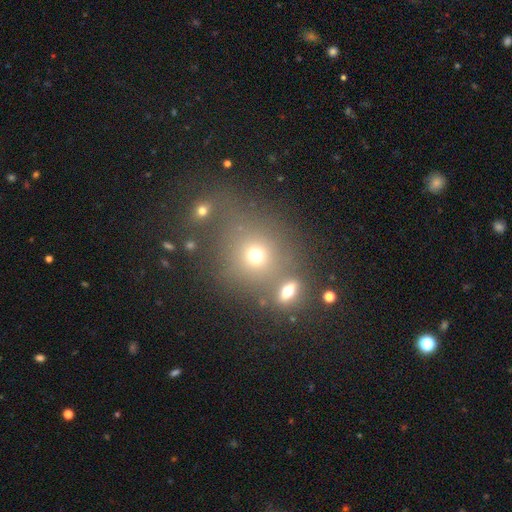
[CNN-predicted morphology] smooth 68%, star or artifact 19%, featured or disk 13%. Down the decision tree: how rounded — round (80%); merging — none (53%).